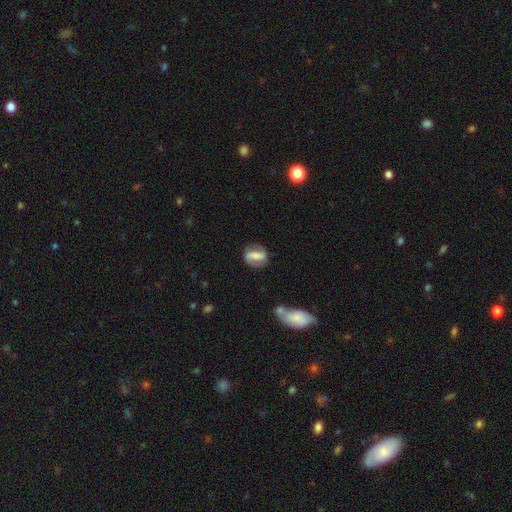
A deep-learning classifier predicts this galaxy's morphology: Overall: featured or disk (60%; smooth 32%). Edge-on disk: no (95%). Bar: strong (50%; weak 32%). Spiral arms: yes (84%). Bulge size: none (28%, tied with moderate). Merging: none (72%).